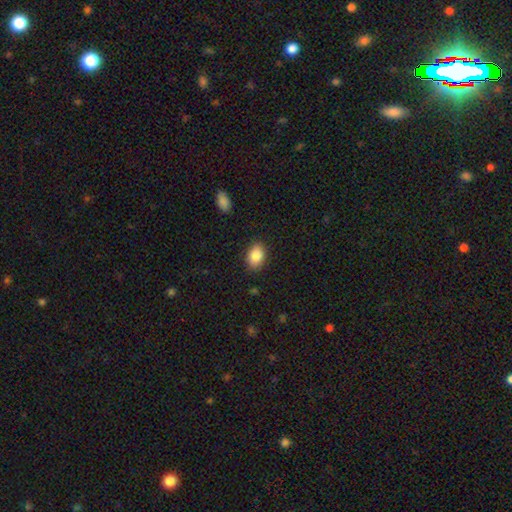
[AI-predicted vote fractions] smooth 87%, star or artifact 8%, featured or disk 6%. Down the decision tree: how rounded — in between (81%); merging — none (87%).